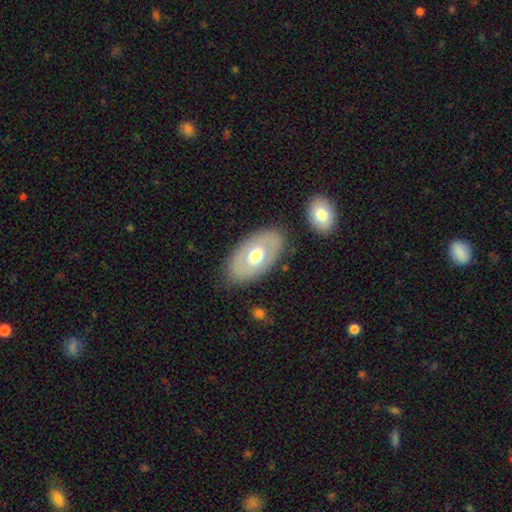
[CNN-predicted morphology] A smooth galaxy with no disk features (50%).

Vote fractions:
- Smooth or featured? smooth: 50% / featured or disk: 44% / star or artifact: 6%
- Merging? none: 82% / minor disturbance: 11% / major disturbance: 4% / merger: 3%